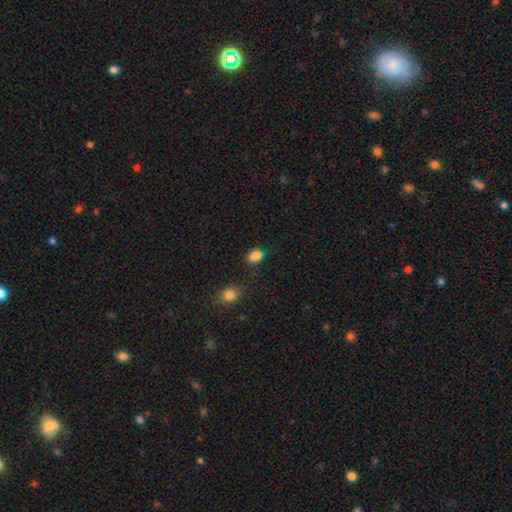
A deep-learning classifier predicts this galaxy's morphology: Smooth or featured? smooth (85%)
How rounded? in between (65%)
Merging? none (76%)